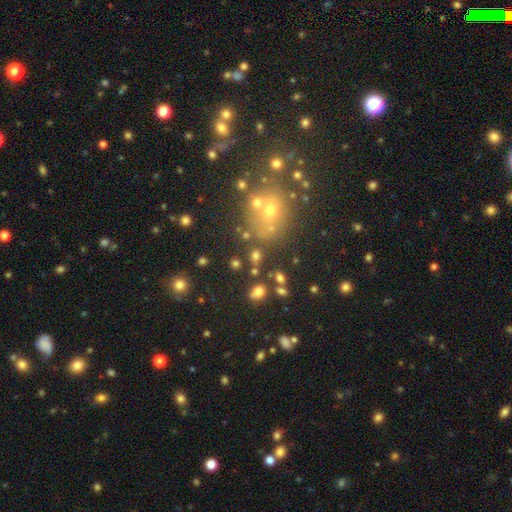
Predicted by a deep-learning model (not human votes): A smooth galaxy with no disk features (66%) that is round (59%).

Vote fractions:
- Smooth or featured? smooth: 66% / star or artifact: 21% / featured or disk: 13%
- How rounded? round: 59% / in between: 38% / cigar-shaped: 2%
- Merging? none: 63% / merger: 20% / minor disturbance: 11% / major disturbance: 6%